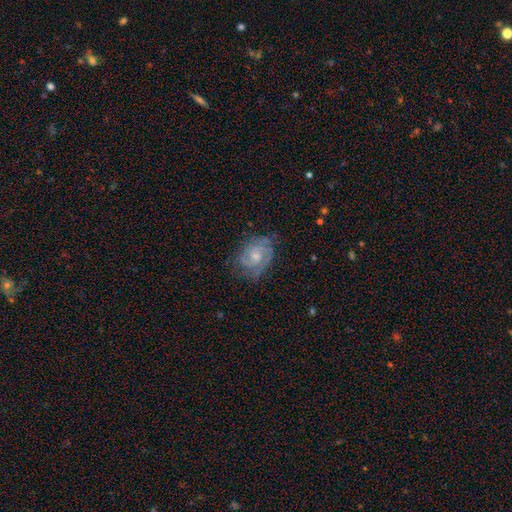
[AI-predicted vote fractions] Smooth or featured: featured or disk — 80% (smooth — 14%)
Edge-on disk: no — 98% (yes — 2%)
Bar: no — 62% (weak — 33%)
Spiral arms: yes — 94% (no — 6%)
Spiral winding: tight — 56% (medium — 36%)
Spiral arm count: 2 — 66% (can't tell — 15%)
Bulge size: small — 49% (moderate — 41%)
Merging: none — 71% (minor disturbance — 20%)